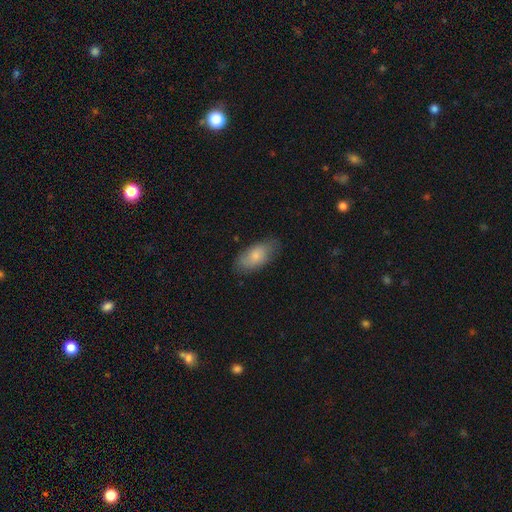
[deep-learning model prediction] smooth_or_featured: smooth (p=0.76) [alt: featured or disk p=0.18]
how_rounded: in between (p=0.91) [alt: cigar-shaped p=0.05]
merging: none (p=0.76) [alt: minor disturbance p=0.19]